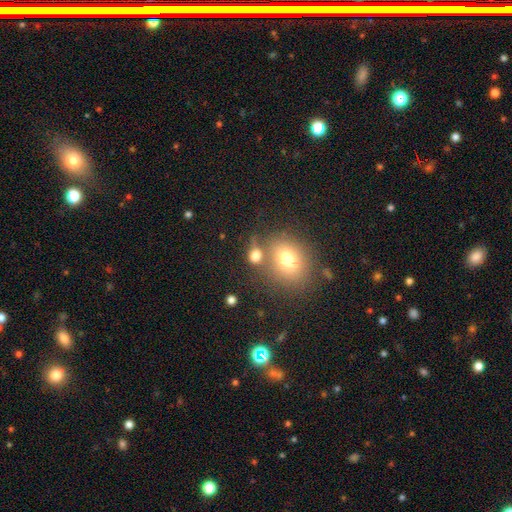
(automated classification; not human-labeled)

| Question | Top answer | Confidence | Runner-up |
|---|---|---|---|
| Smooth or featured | smooth | 73% | star or artifact (15%) |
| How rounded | in between | 49% | round (48%) |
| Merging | none | 46% | merger (30%) |